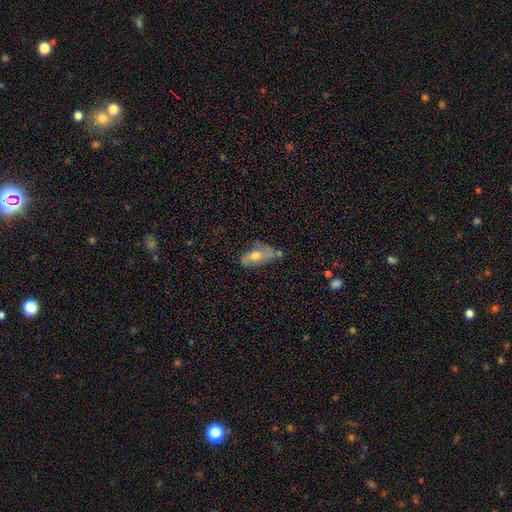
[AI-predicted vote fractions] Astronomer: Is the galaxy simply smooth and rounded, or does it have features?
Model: smooth — 59%.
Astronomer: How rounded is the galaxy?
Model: in between — 79%.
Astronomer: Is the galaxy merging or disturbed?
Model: none — 44% (runner-up: minor disturbance, 30%).